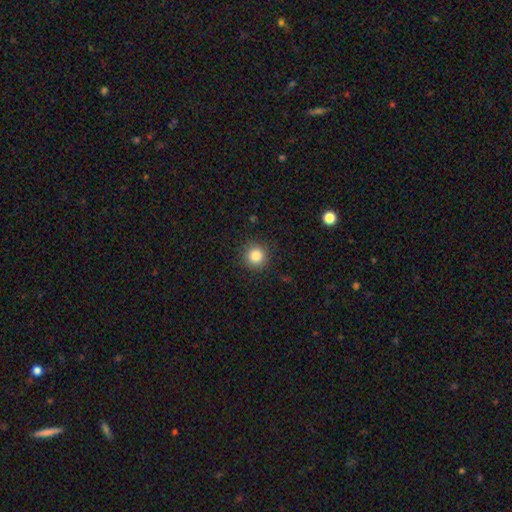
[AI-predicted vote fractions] Smooth or featured? smooth (85%)
How rounded? round (94%)
Merging? none (90%)